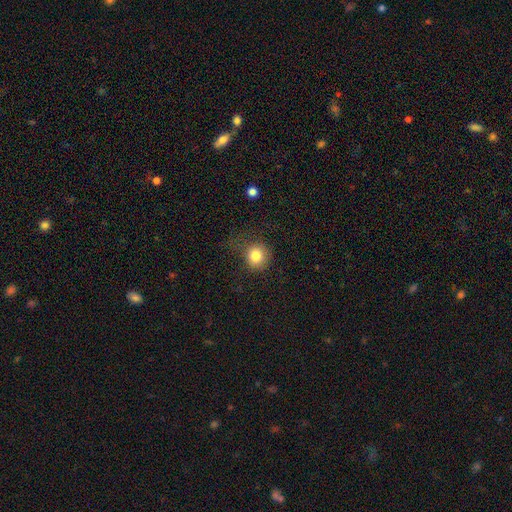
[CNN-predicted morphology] The model was most divided on "merging": none: 67%, minor disturbance: 20%, major disturbance: 11%, merger: 2%. More confident: how rounded — round (87%); smooth or featured — smooth (81%).